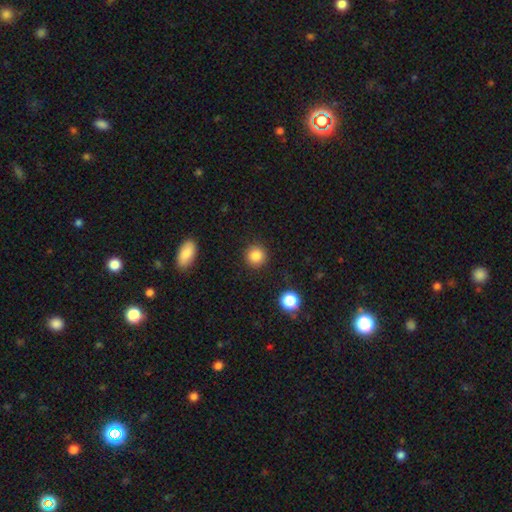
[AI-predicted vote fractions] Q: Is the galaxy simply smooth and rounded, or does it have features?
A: smooth — 85%.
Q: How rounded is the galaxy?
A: round — 94%.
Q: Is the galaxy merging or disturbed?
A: none — 91%.